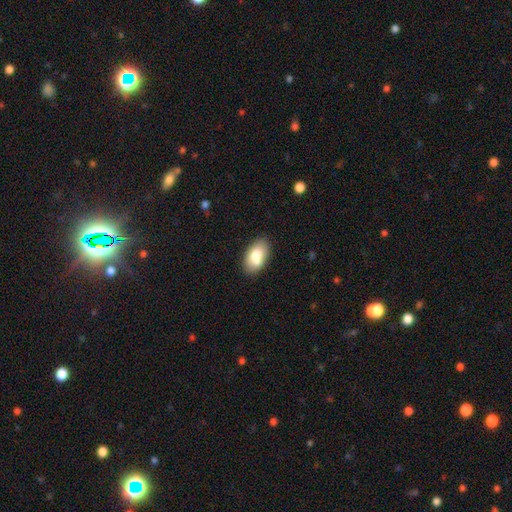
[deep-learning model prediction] A smooth galaxy with no disk features (79%) that is in between round and cigar-shaped (93%). Merging: none (74%).